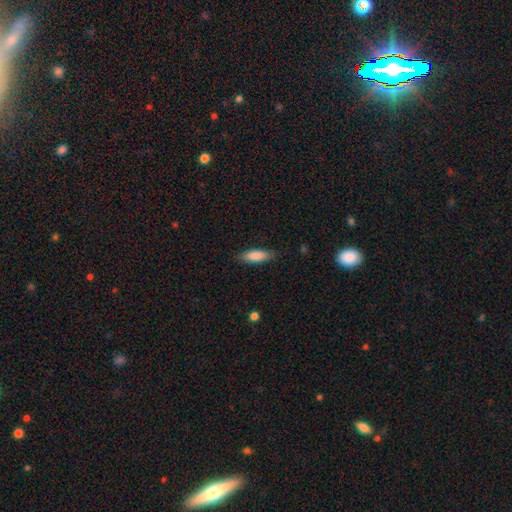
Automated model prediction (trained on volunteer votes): This is clearly a smooth galaxy (84%). How rounded: possibly in between (58%). Merging: clearly none (84%).